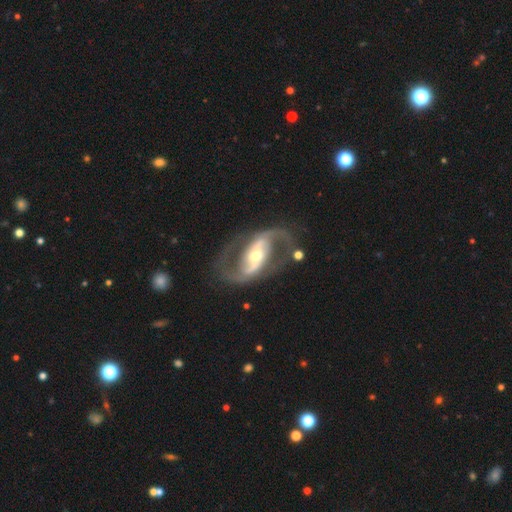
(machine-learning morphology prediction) A featured or disk galaxy (90%) with a strong bar (51%), 2 (93%) medium (50%) spiral arms (94%) and a moderate central bulge (54%). Merging: none (75%).